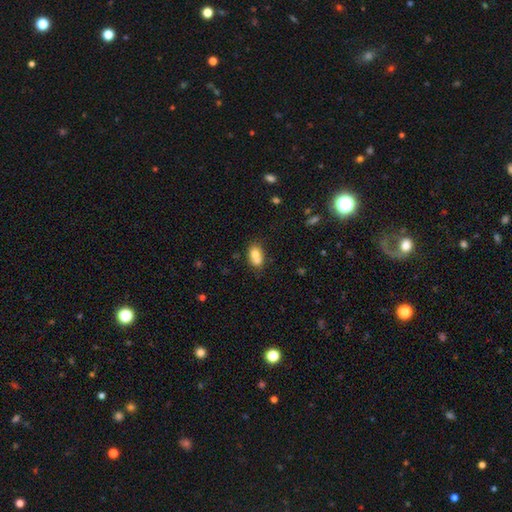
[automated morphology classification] Overall: smooth (73%). How rounded: in between (67%; round 31%). Merging: merger (53%; none 33%).